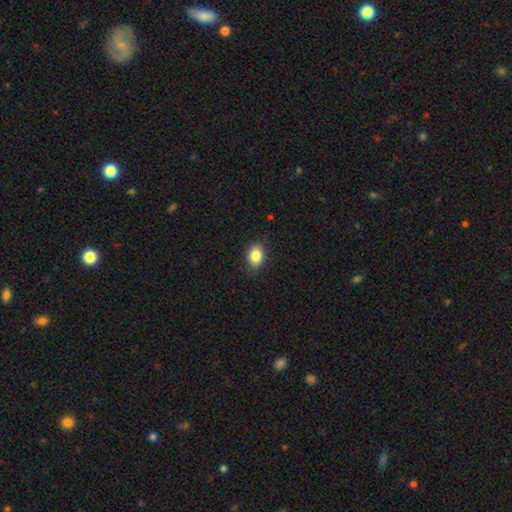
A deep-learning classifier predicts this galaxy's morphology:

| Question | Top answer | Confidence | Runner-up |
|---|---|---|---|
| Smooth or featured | smooth | 85% | star or artifact (9%) |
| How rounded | in between | 77% | round (21%) |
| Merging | none | 85% | minor disturbance (11%) |